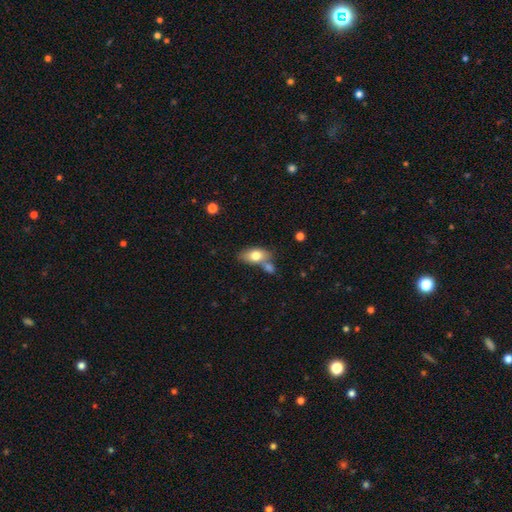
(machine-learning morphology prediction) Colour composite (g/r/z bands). It shows a smooth galaxy with no disk features (74%) that is in between round and cigar-shaped (87%). Merging: none (51%).